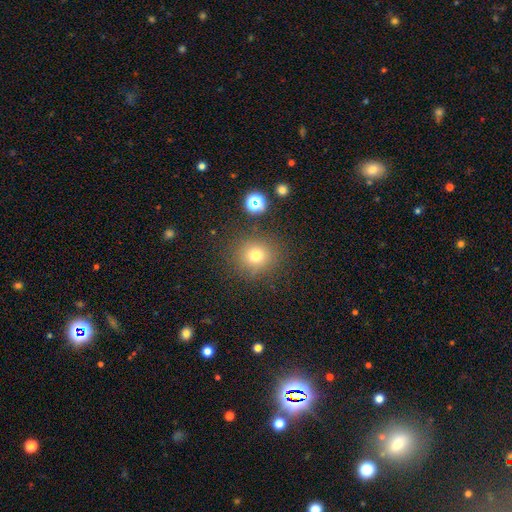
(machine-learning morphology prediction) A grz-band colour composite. It shows a smooth galaxy with no disk features (73%) that is round (87%). Merging: none (84%).